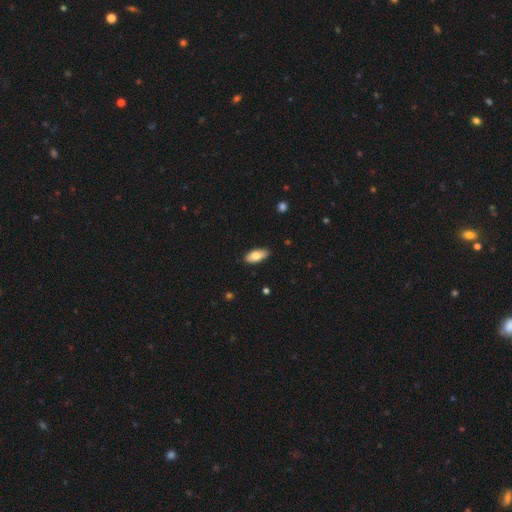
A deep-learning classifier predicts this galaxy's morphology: Smooth or featured? smooth (80%)
How rounded? in between (89%)
Merging? none (86%)